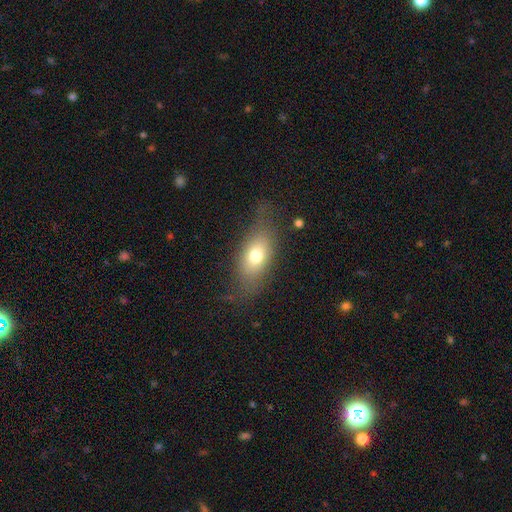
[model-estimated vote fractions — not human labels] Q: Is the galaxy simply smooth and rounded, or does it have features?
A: smooth — 70%.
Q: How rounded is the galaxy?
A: in between — 80%.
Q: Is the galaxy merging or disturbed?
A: none — 65%.